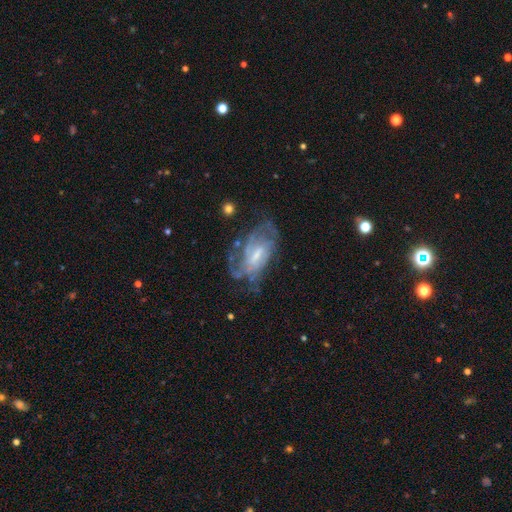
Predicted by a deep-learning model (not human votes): This appears to be a featured or disk galaxy (78%) with a weak bar (52%), tight (44%) spiral arms (84%) and a small central bulge (41%). Merging: none (52%).